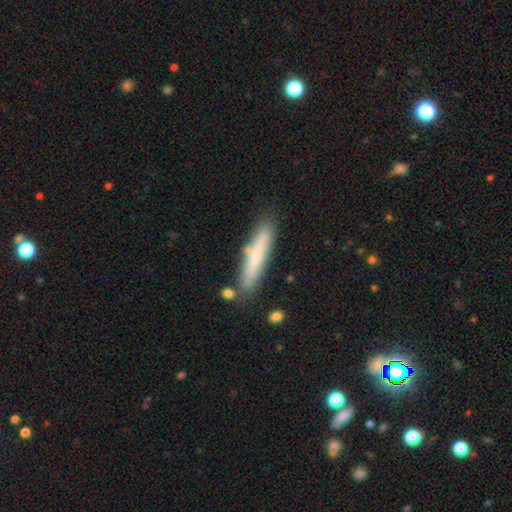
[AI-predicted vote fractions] Smooth or featured: smooth — 65% (featured or disk — 28%)
How rounded: cigar-shaped — 91% (in between — 8%)
Merging: none — 79% (minor disturbance — 13%)